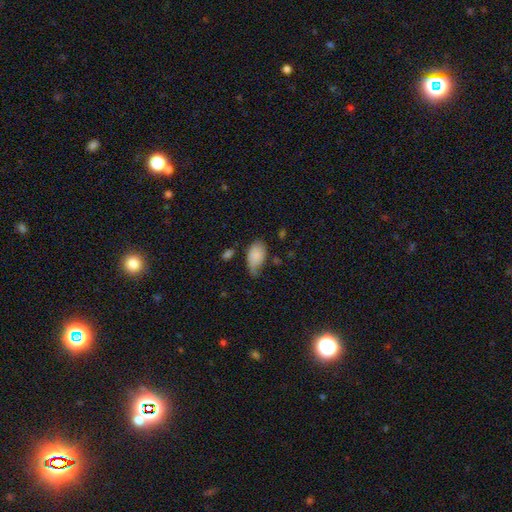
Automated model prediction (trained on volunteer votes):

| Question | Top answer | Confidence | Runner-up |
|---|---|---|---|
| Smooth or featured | smooth | 82% | featured or disk (11%) |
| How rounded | in between | 93% | round (6%) |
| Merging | minor disturbance | 42% | none (40%) |